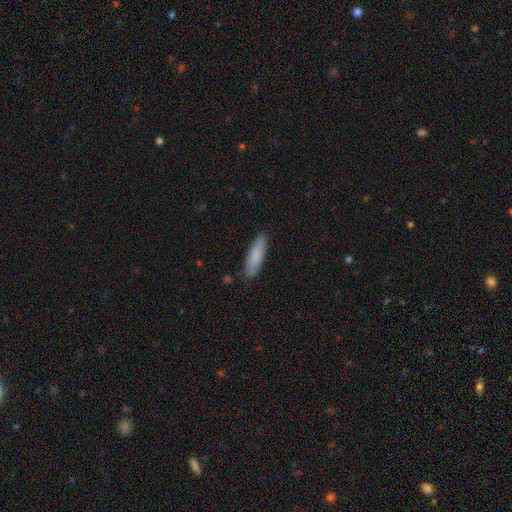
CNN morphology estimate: The model was most divided on "how rounded": cigar-shaped: 63%, in between: 36%, round: 1%. More confident: merging — none (87%); smooth or featured — smooth (84%).